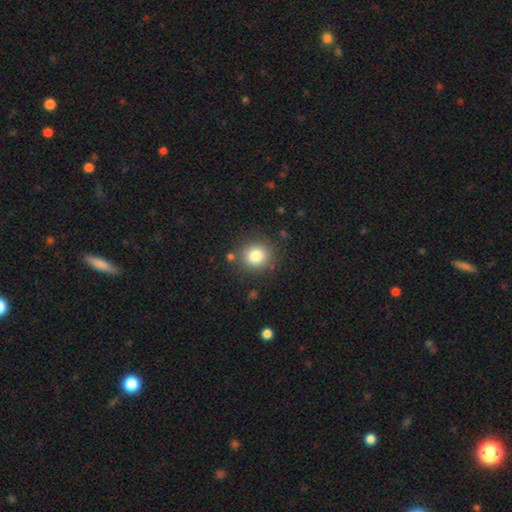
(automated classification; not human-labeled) Smooth or featured? smooth (81%)
How rounded? round (89%)
Merging? none (85%)